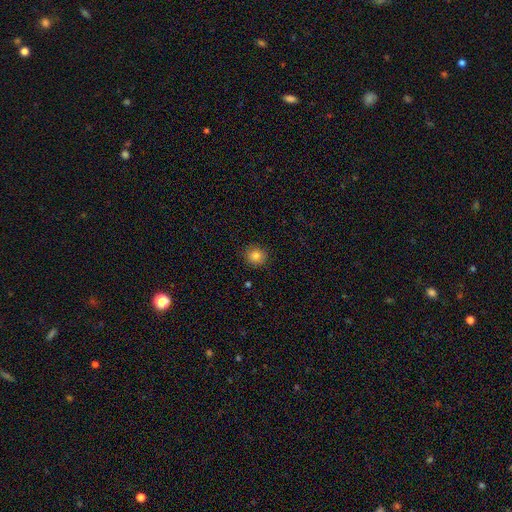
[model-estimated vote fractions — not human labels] smooth_or_featured: smooth (p=0.81) [alt: star or artifact p=0.12]
how_rounded: round (p=0.86) [alt: in between p=0.13]
merging: none (p=0.90) [alt: minor disturbance p=0.07]